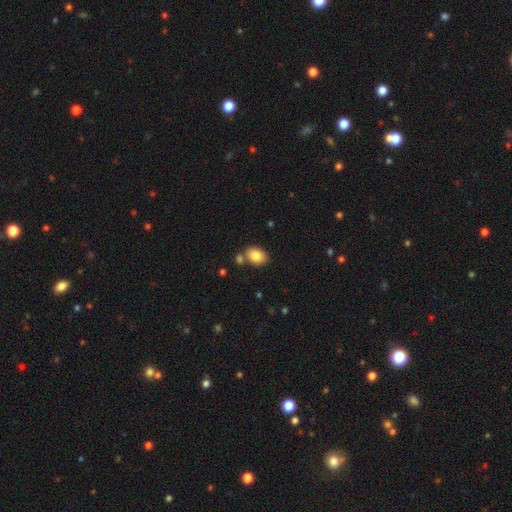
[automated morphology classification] smooth 84%, star or artifact 8%, featured or disk 7%. Down the decision tree: how rounded — in between (75%); merging — none (70%).